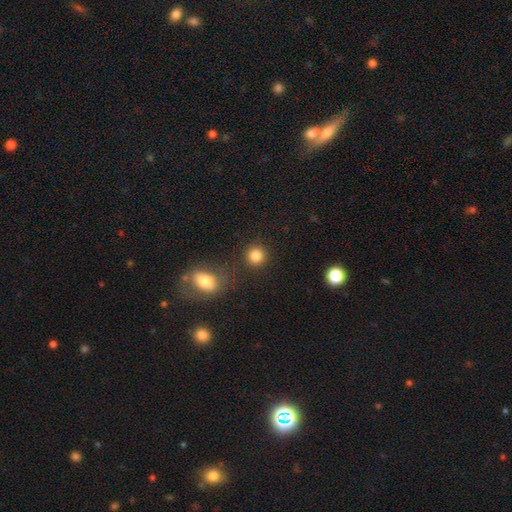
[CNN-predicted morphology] Overall: smooth (83%). How rounded: round (90%). Merging: none (85%).